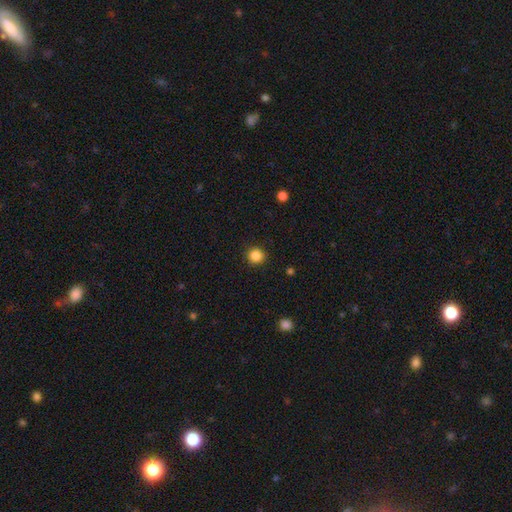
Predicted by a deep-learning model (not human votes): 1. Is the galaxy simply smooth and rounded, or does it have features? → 85% smooth, 11% star or artifact, 4% featured or disk.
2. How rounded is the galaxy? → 94% round, 5% in between, 1% cigar-shaped.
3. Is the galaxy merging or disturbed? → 92% none, 5% minor disturbance, 2% major disturbance, 1% merger.